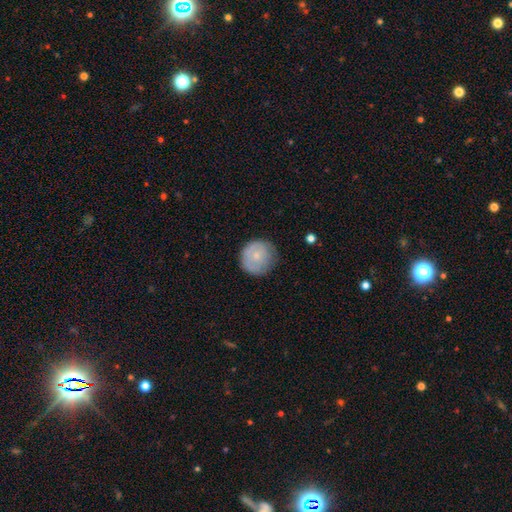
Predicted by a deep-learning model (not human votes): smooth_or_featured: smooth (p=0.71) [alt: featured or disk p=0.23]
how_rounded: round (p=0.93) [alt: in between p=0.06]
merging: none (p=0.77) [alt: minor disturbance p=0.17]